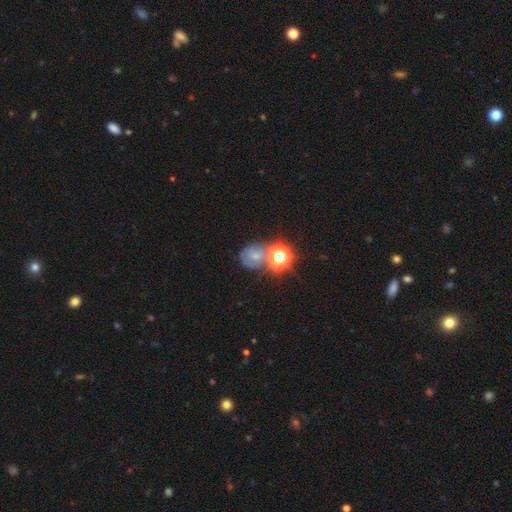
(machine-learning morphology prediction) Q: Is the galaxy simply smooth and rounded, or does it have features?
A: smooth — 46%.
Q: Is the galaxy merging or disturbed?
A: none — 48%.